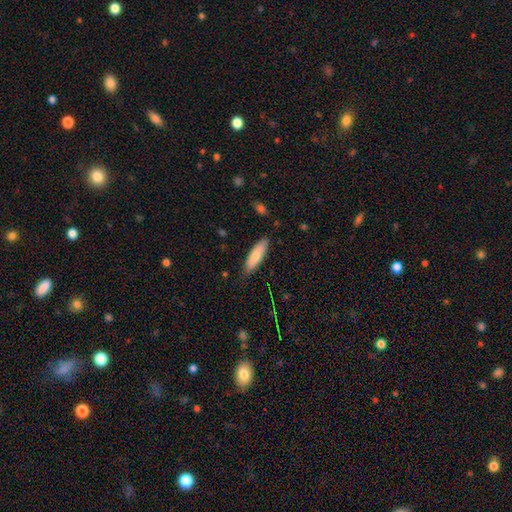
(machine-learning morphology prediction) Smooth or featured: smooth — 79% (featured or disk — 15%)
How rounded: cigar-shaped — 55% (in between — 44%)
Merging: none — 83% (minor disturbance — 13%)